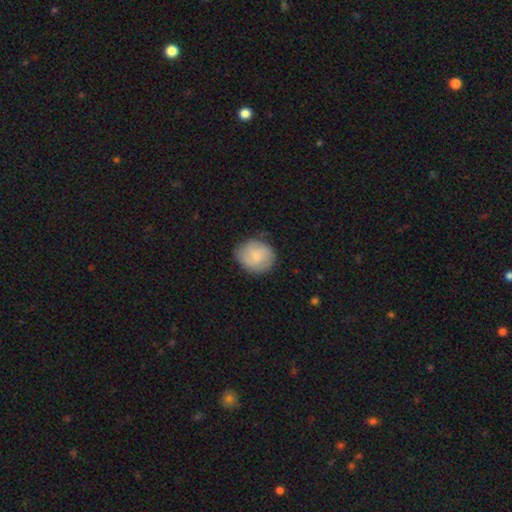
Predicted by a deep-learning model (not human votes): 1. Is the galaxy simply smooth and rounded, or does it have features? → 69% smooth, 25% featured or disk, 6% star or artifact.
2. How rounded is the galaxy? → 75% round, 24% in between, 1% cigar-shaped.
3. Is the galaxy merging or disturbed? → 75% none, 19% minor disturbance, 4% major disturbance, 1% merger.